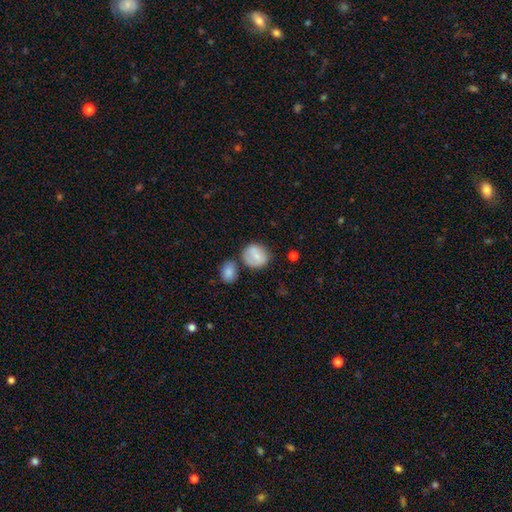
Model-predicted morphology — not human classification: A smooth galaxy with no disk features (70%) that is round (75%).

Vote fractions:
- Smooth or featured? smooth: 70% / featured or disk: 22% / star or artifact: 7%
- How rounded? round: 75% / in between: 24% / cigar-shaped: 1%
- Merging? none: 62% / minor disturbance: 18% / merger: 15% / major disturbance: 5%